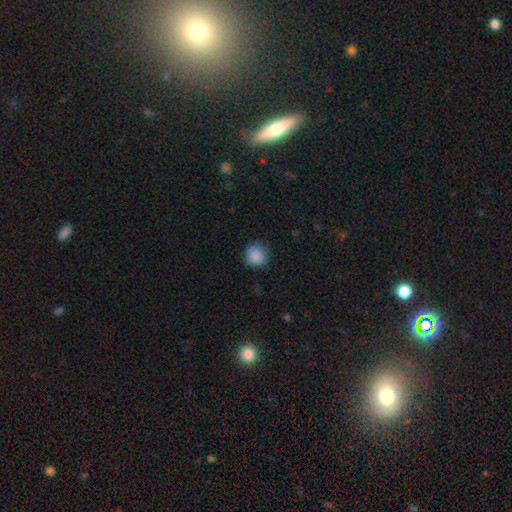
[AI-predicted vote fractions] This is clearly a smooth galaxy (88%). How rounded: clearly round (92%). Merging: clearly none (85%).